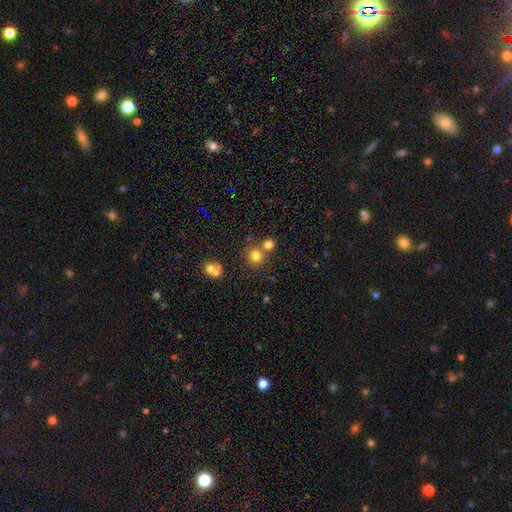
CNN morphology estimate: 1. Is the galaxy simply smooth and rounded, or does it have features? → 75% smooth, 16% star or artifact, 8% featured or disk.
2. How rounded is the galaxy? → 90% round, 9% in between, 1% cigar-shaped.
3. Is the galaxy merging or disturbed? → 65% none, 25% merger, 7% minor disturbance, 3% major disturbance.